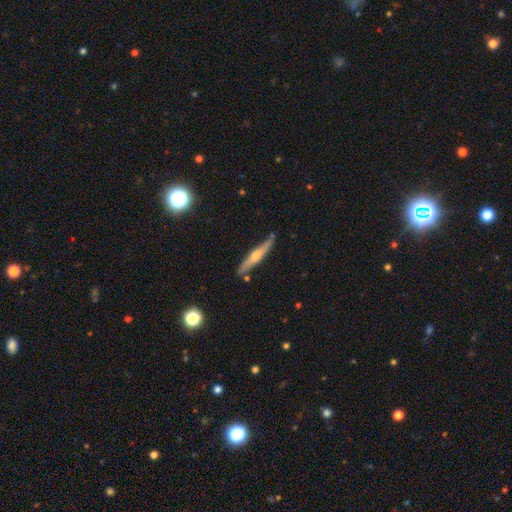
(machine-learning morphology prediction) A featured or disk galaxy (64%) viewed edge-on (95%) with a rounded central bulge (85%). Merging: none (82%).